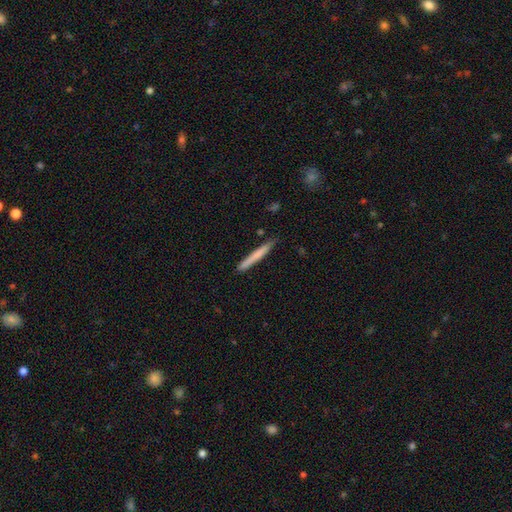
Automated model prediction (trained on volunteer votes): smooth-or-featured: smooth: 69% | featured or disk: 25% | star or artifact: 6%
  how-rounded: cigar-shaped: 97% | in between: 2% | round: 1%
  merging: none: 86% | minor disturbance: 11% | major disturbance: 2% | merger: 2%